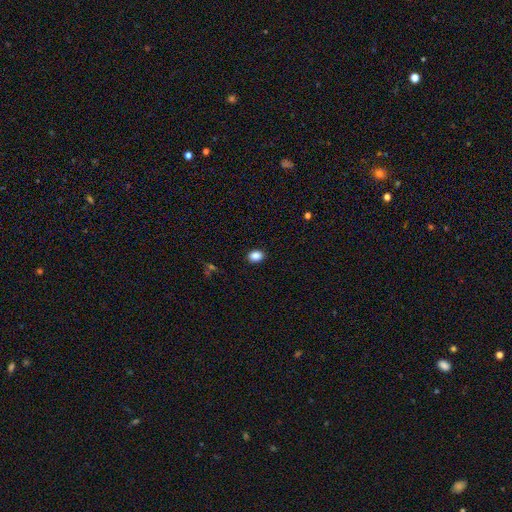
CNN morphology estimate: Smooth or featured?
  - smooth: 87% *
  - star or artifact: 9%
  - featured or disk: 4%
How rounded?
  - in between: 62% *
  - round: 37%
  - cigar-shaped: 1%
Merging?
  - none: 90% *
  - minor disturbance: 7%
  - major disturbance: 2%
  - merger: 1%